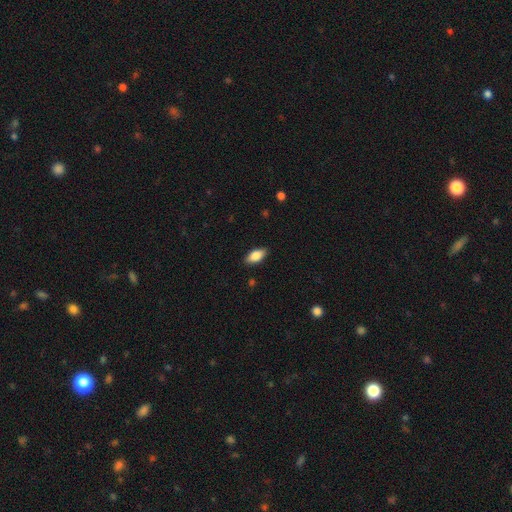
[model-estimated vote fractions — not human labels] Smooth or featured? Predicted: smooth (p=0.82). How rounded? Predicted: in between (p=0.89). Merging? Predicted: none (p=0.87).